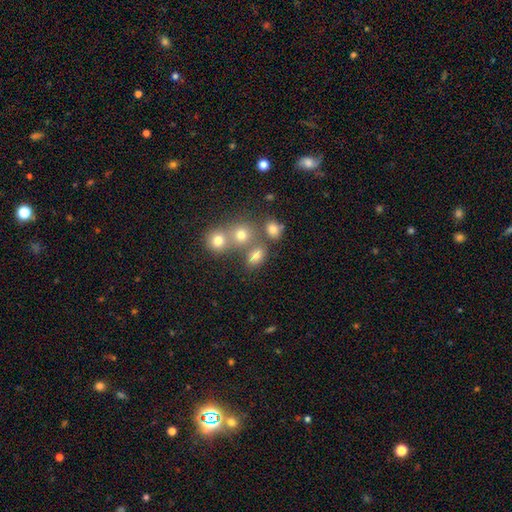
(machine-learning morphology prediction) smooth 71%, star or artifact 17%, featured or disk 12%. Down the decision tree: how rounded — in between (68%); merging — none (55%).